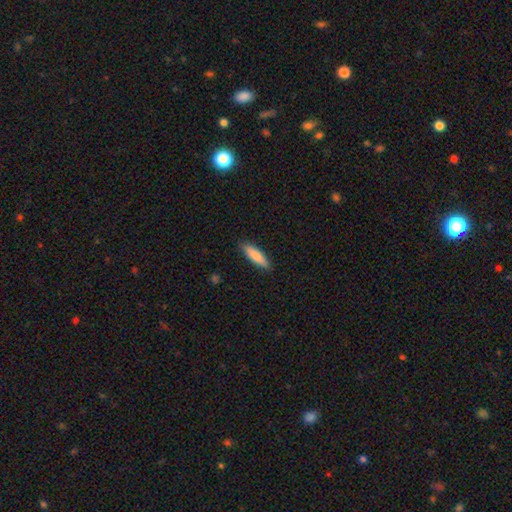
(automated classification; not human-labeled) A smooth galaxy with no disk features (81%) that is cigar-shaped (65%). Merging: none (88%).